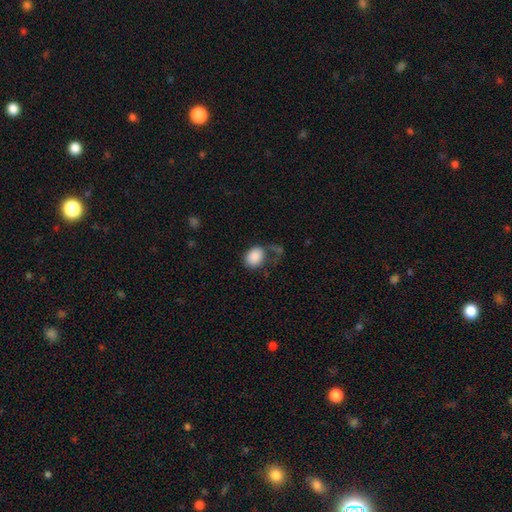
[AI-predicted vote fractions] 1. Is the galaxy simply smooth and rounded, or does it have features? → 87% smooth, 7% star or artifact, 5% featured or disk.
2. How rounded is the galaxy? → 64% in between, 35% round, 1% cigar-shaped.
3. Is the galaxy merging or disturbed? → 51% none, 22% minor disturbance, 19% major disturbance, 8% merger.